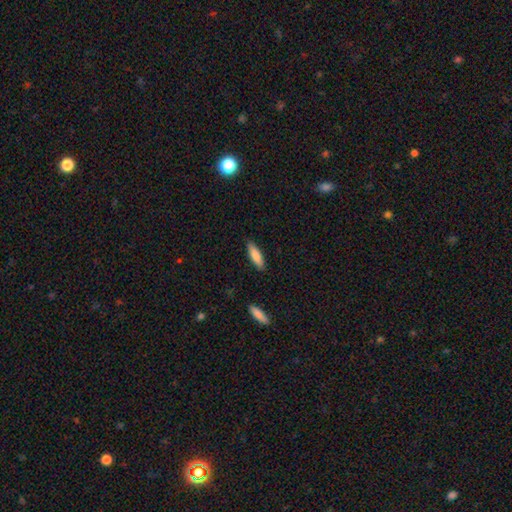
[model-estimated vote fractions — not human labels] Smooth or featured?
  - smooth: 82% *
  - featured or disk: 12%
  - star or artifact: 6%
How rounded?
  - cigar-shaped: 55% *
  - in between: 44%
  - round: 1%
Merging?
  - none: 87% *
  - minor disturbance: 10%
  - major disturbance: 2%
  - merger: 1%